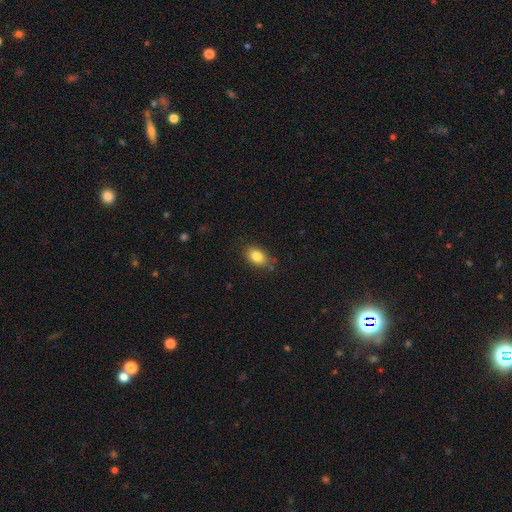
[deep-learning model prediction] Overall: smooth (84%). How rounded: in between (81%). Merging: none (80%).